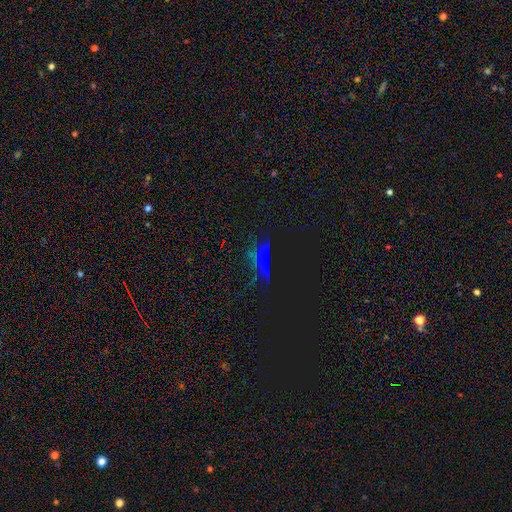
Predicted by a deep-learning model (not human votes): star or artifact 67%, smooth 22%, featured or disk 11%.